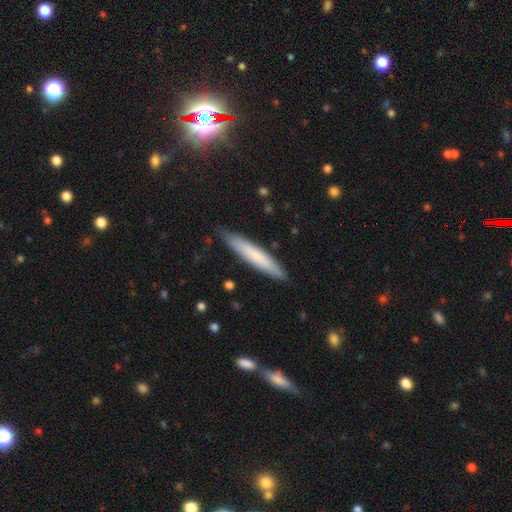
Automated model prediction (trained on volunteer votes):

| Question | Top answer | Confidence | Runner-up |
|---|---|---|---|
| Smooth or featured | smooth | 73% | featured or disk (21%) |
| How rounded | cigar-shaped | 91% | in between (8%) |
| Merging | none | 85% | minor disturbance (12%) |